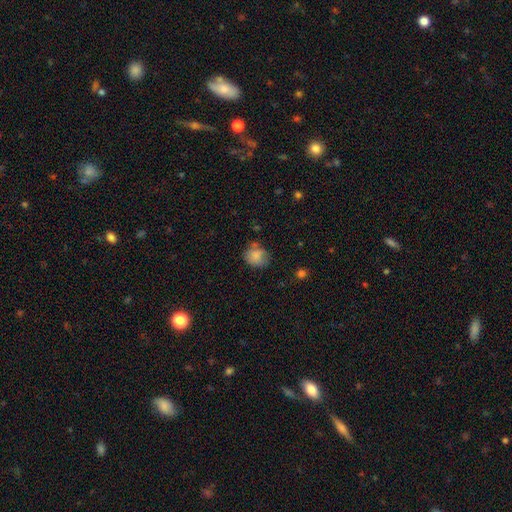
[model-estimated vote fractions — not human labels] A smooth galaxy with no disk features (82%) that is round (64%).

Vote fractions:
- Smooth or featured? smooth: 82% / featured or disk: 10% / star or artifact: 9%
- How rounded? round: 64% / in between: 35% / cigar-shaped: 1%
- Merging? none: 62% / minor disturbance: 24% / major disturbance: 7% / merger: 6%